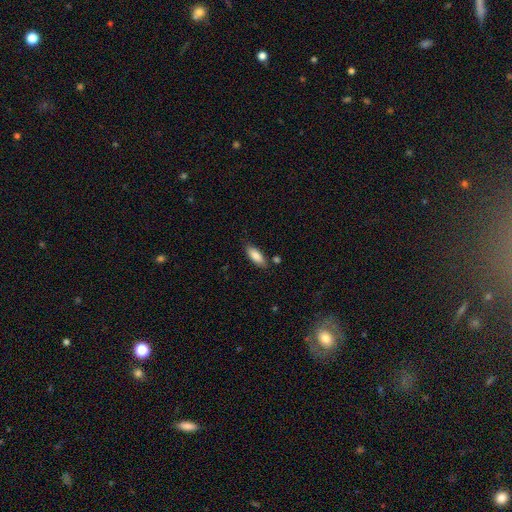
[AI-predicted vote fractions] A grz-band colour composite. It shows a smooth galaxy with no disk features (85%) that is in between round and cigar-shaped (72%). Merging: none (80%).